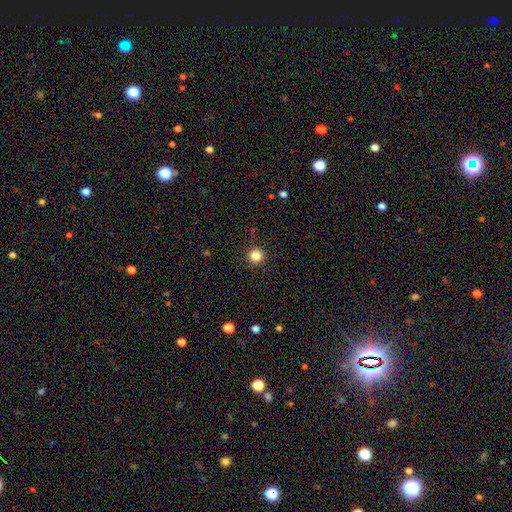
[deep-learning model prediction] This appears to be a smooth galaxy with no disk features (83%) that is round (95%). Merging: none (91%).